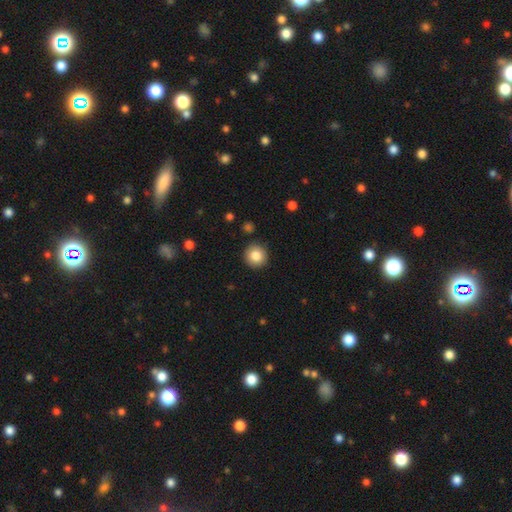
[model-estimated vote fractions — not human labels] A smooth galaxy with no disk features (84%) that is round (94%).

Vote fractions:
- Smooth or featured? smooth: 84% / star or artifact: 9% / featured or disk: 7%
- How rounded? round: 94% / in between: 5% / cigar-shaped: 1%
- Merging? none: 91% / minor disturbance: 6% / major disturbance: 2% / merger: 1%